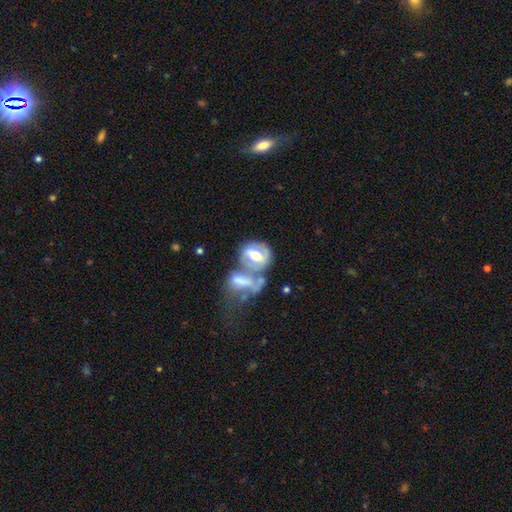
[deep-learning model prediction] The model was most divided on "spiral arms": no: 54%, yes: 46%. More confident: edge-on disk — no (94%); smooth or featured — featured or disk (66%); bulge size — moderate (64%); merging — merger (57%); bar — strong (56%).